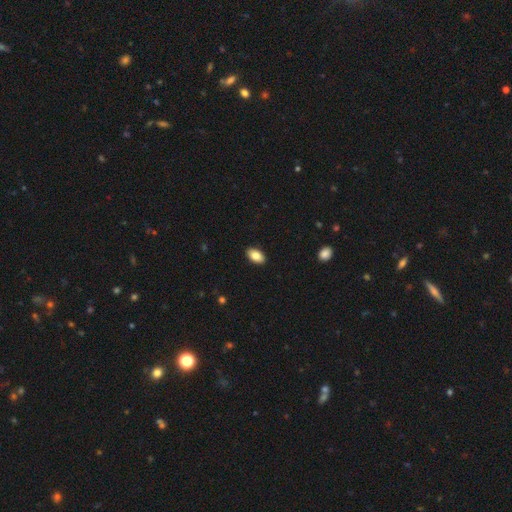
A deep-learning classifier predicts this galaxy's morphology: This is clearly a smooth galaxy (85%). How rounded: clearly in between (93%). Merging: clearly none (90%).